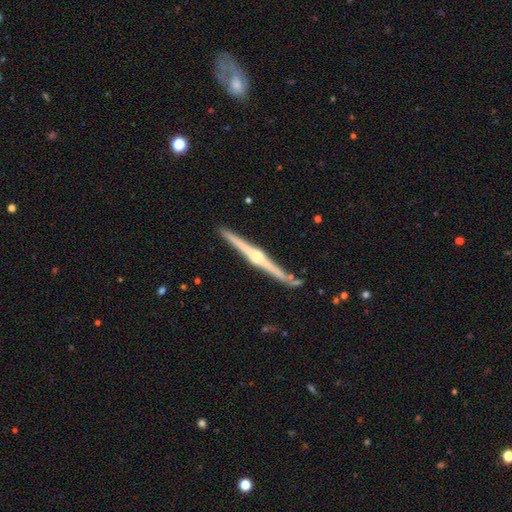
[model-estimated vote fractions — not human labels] Smooth or featured? Predicted: featured or disk (p=0.84). Edge-on disk? Predicted: yes (p=0.99). Edge-on bulge? Predicted: rounded (p=0.85). Merging? Predicted: none (p=0.88).